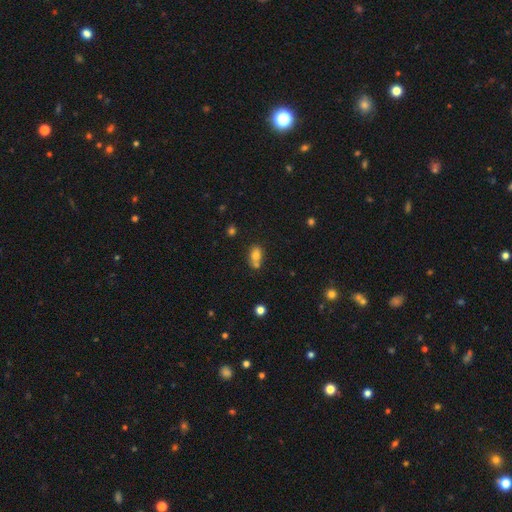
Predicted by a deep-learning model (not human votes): Morphology: type=smooth (77%); roundness=in between (76%); merging=none (43%).